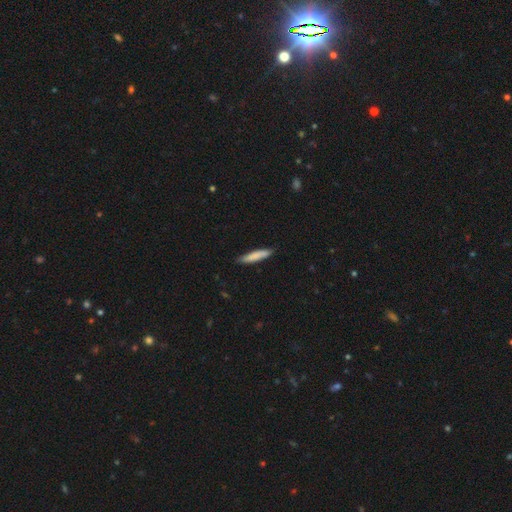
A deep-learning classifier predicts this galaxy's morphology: smooth 80%, featured or disk 14%, star or artifact 5%. Down the decision tree: how rounded — cigar-shaped (88%); merging — none (85%).